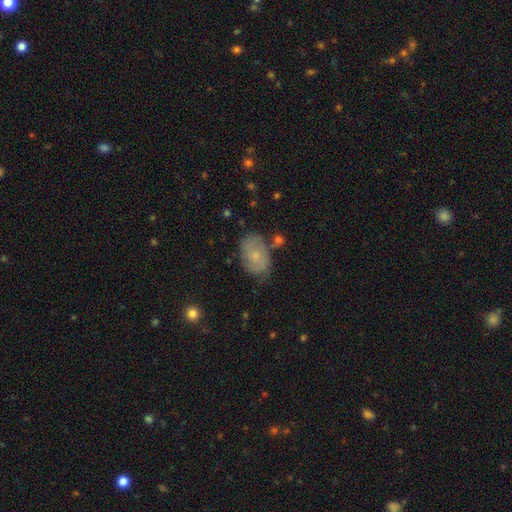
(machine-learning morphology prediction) Smooth or featured? featured or disk (46%)
Merging? none (69%)